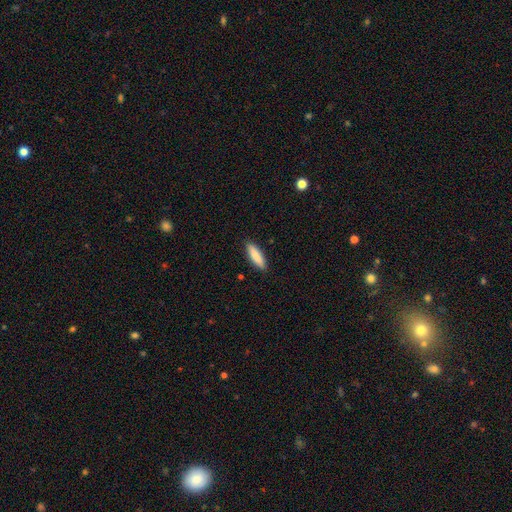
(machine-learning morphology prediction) This appears to be a smooth galaxy with no disk features (86%) that is cigar-shaped (62%). Merging: none (89%).